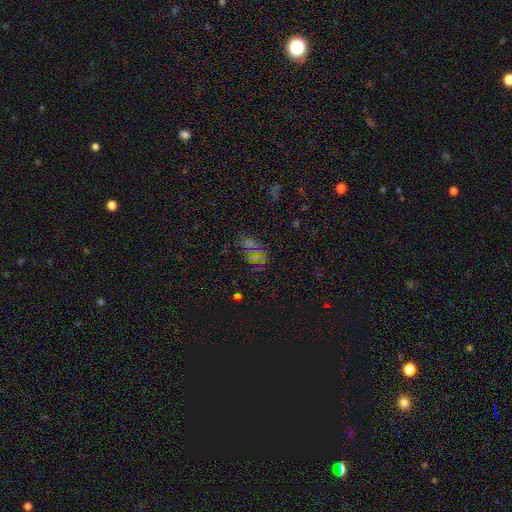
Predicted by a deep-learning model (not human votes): Smooth or featured?
  - star or artifact: 48% *
  - smooth: 41%
  - featured or disk: 11%